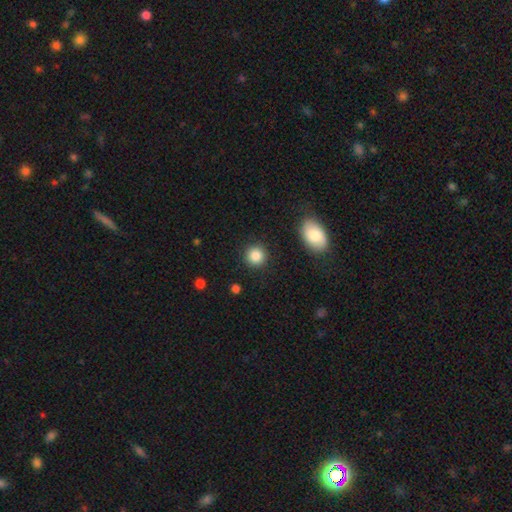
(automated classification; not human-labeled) Smooth or featured? smooth (86%)
How rounded? round (91%)
Merging? none (90%)